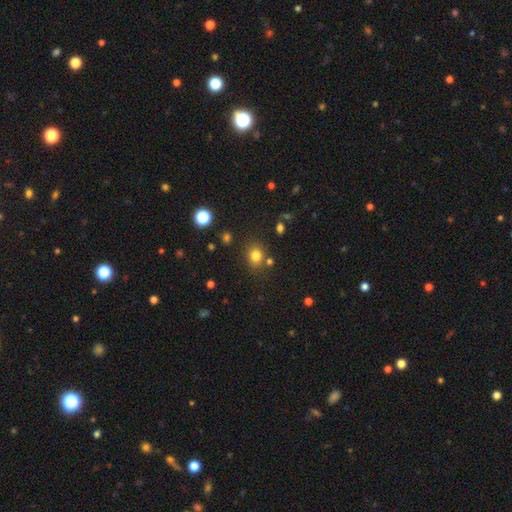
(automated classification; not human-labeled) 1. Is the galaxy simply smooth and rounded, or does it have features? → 78% smooth, 15% star or artifact, 7% featured or disk.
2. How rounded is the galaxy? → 68% round, 31% in between, 1% cigar-shaped.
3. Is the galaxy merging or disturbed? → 75% none, 13% minor disturbance, 8% merger, 4% major disturbance.